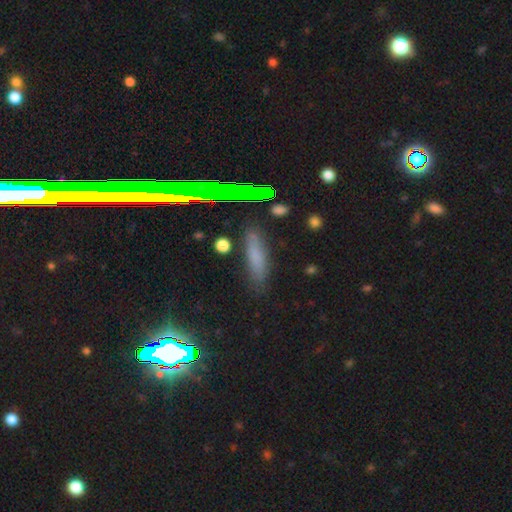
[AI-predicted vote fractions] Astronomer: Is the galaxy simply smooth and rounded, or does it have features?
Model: smooth — 63%.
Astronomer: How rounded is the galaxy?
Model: cigar-shaped — 70%.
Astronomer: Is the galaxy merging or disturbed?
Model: none — 81%.